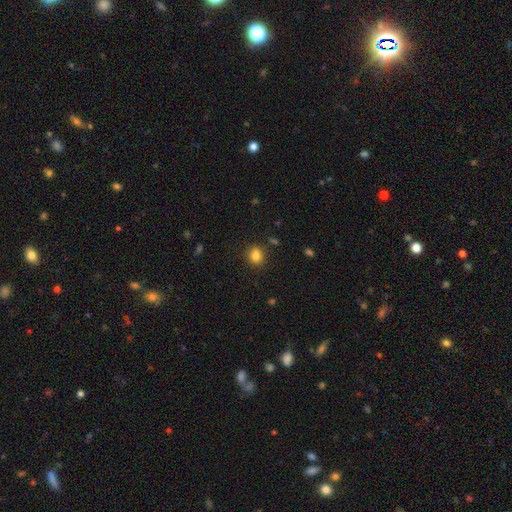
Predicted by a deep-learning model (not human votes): A smooth galaxy with no disk features (82%) that is round (59%).

Vote fractions:
- Smooth or featured? smooth: 82% / star or artifact: 11% / featured or disk: 6%
- How rounded? round: 59% / in between: 40% / cigar-shaped: 1%
- Merging? none: 81% / minor disturbance: 12% / merger: 4% / major disturbance: 3%